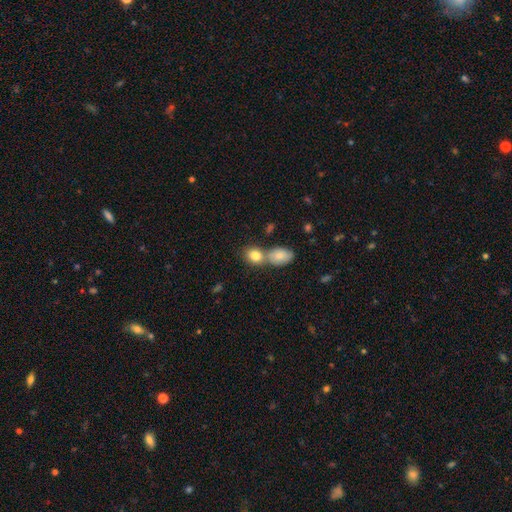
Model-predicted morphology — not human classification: A smooth galaxy with no disk features (82%) that is in between round and cigar-shaped (51%). Merging: merger (50%).